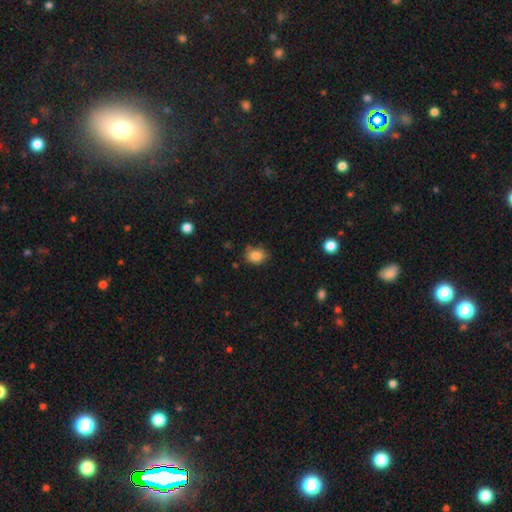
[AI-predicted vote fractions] Q: Smooth or featured?
A: smooth (85%); runner-up: star or artifact (10%)
Q: How rounded?
A: in between (62%); runner-up: round (37%)
Q: Merging?
A: none (75%); runner-up: minor disturbance (18%)